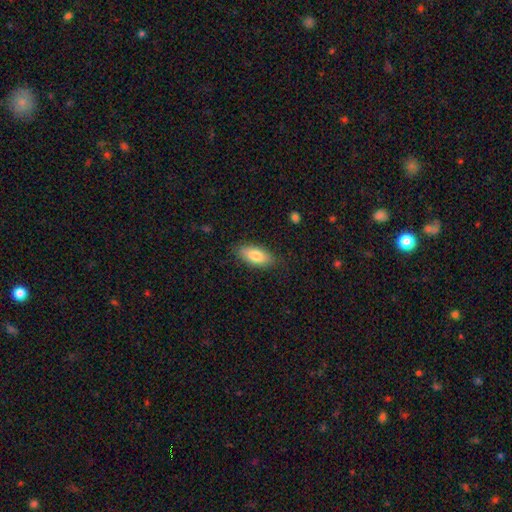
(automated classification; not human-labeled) A smooth galaxy with no disk features (81%) that is in between round and cigar-shaped (84%). Merging: none (83%).